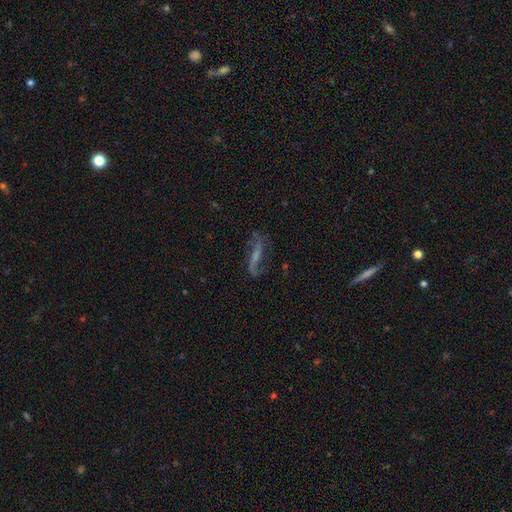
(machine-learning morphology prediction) Overall: featured or disk (73%). Edge-on disk: no (80%). Bar: weak (37%; strong 35%). Spiral arms: yes (89%). Spiral arm count: 2 (87%). Spiral winding: loose (76%). Bulge size: small (37%, tied with none). Merging: none (65%).